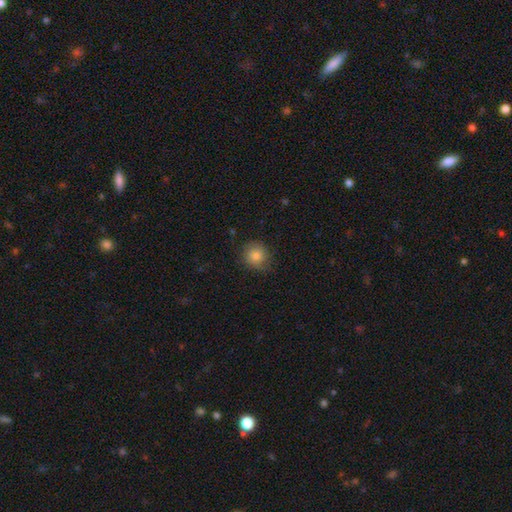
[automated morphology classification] smooth 83%, star or artifact 10%, featured or disk 7%. Down the decision tree: how rounded — round (88%); merging — none (81%).